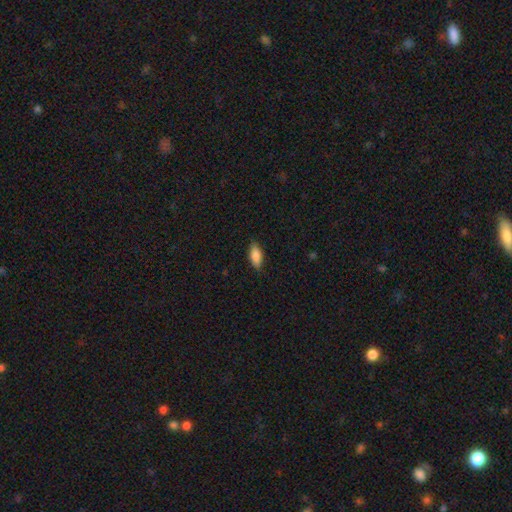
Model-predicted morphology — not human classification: Overall: smooth (85%). How rounded: in between (78%). Merging: none (85%).